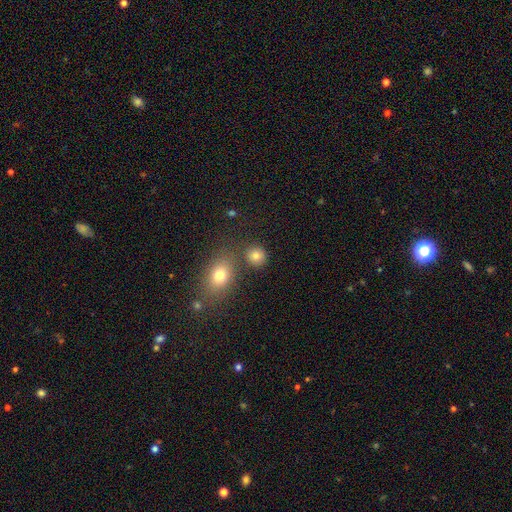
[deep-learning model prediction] Smooth or featured?
  - smooth: 80% *
  - star or artifact: 13%
  - featured or disk: 7%
How rounded?
  - round: 83% *
  - in between: 16%
  - cigar-shaped: 1%
Merging?
  - none: 76% *
  - merger: 11%
  - minor disturbance: 9%
  - major disturbance: 4%